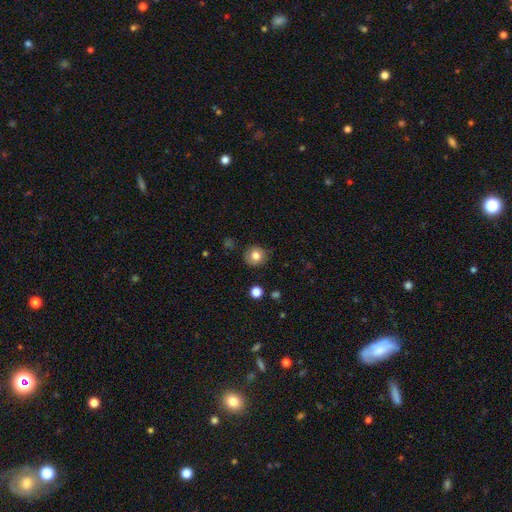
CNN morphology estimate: The model was most divided on "smooth or featured": smooth: 75%, featured or disk: 14%, star or artifact: 10%. More confident: how rounded — round (85%); merging — none (79%).